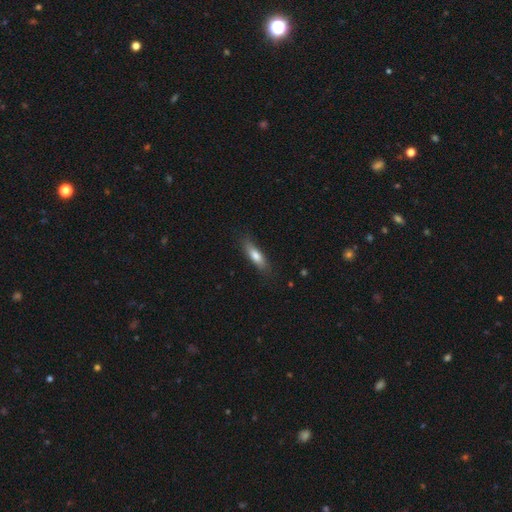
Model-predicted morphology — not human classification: Smooth or featured? smooth (74%)
How rounded? cigar-shaped (56%)
Merging? none (81%)